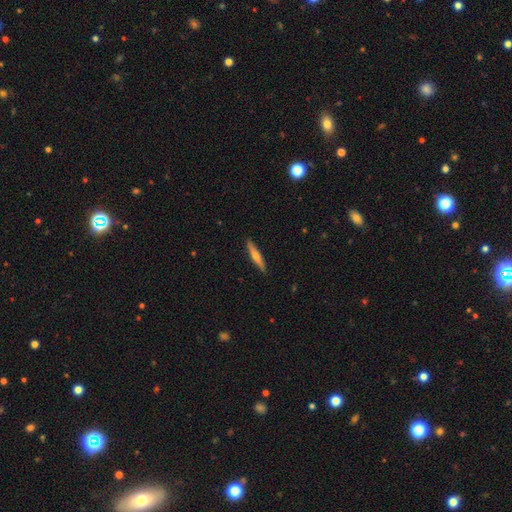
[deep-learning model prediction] Overall: featured or disk (56%; smooth 38%). Edge-on disk: yes (96%). Edge-on bulge: rounded (85%). Merging: none (91%).